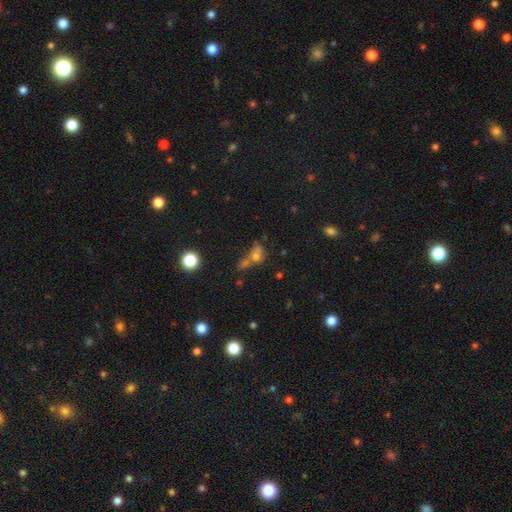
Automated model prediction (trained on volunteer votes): smooth 61%, star or artifact 21%, featured or disk 18%. Down the decision tree: how rounded — round (62%); merging — merger (53%).